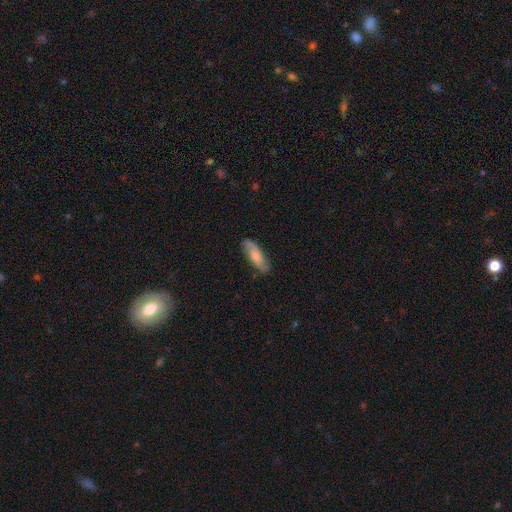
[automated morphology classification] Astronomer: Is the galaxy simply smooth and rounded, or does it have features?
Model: smooth — 56% (runner-up: featured or disk, 38%).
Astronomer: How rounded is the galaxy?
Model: in between — 60% (runner-up: cigar-shaped, 38%).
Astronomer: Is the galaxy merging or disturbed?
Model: none — 82%.